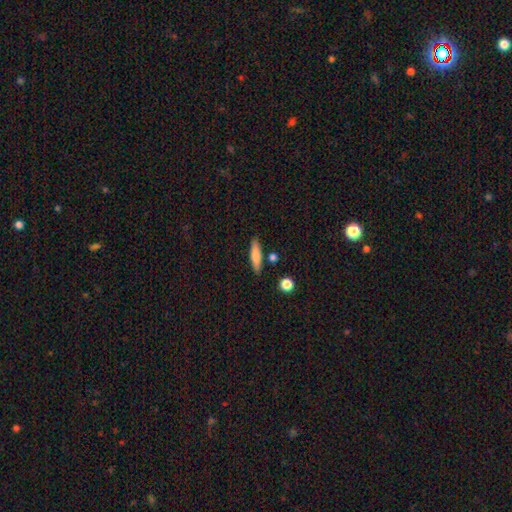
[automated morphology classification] This is likely a smooth galaxy (74%). How rounded: likely cigar-shaped (73%). Merging: clearly none (84%).